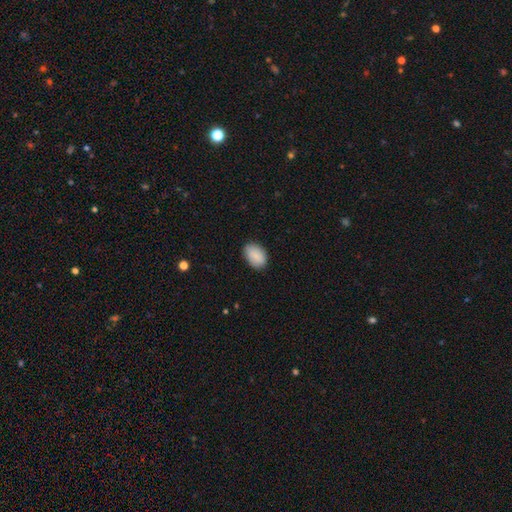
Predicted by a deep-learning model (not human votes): Smooth or featured?
  - smooth: 88% *
  - star or artifact: 6%
  - featured or disk: 6%
How rounded?
  - in between: 87% *
  - round: 12%
  - cigar-shaped: 1%
Merging?
  - none: 84% *
  - minor disturbance: 13%
  - major disturbance: 3%
  - merger: 1%